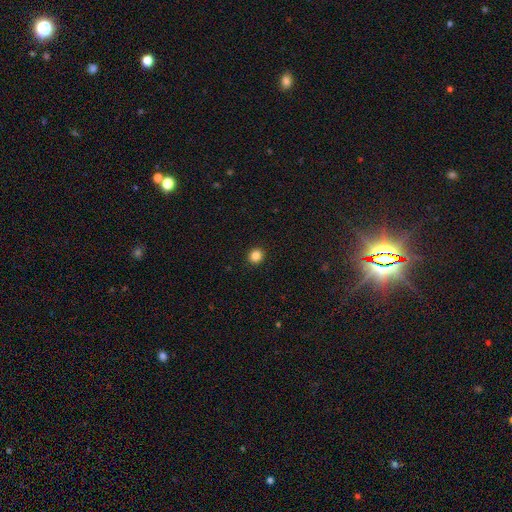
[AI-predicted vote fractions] Overall: smooth (85%). How rounded: round (84%). Merging: none (93%).